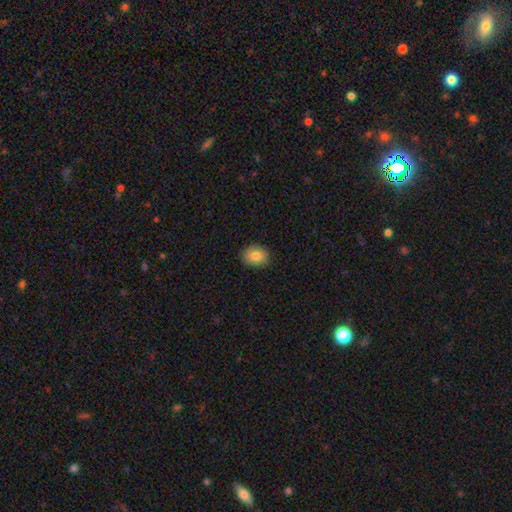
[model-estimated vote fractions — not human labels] Smooth or featured: smooth — 83% (star or artifact — 8%)
How rounded: in between — 54% (round — 46%)
Merging: none — 87% (minor disturbance — 10%)